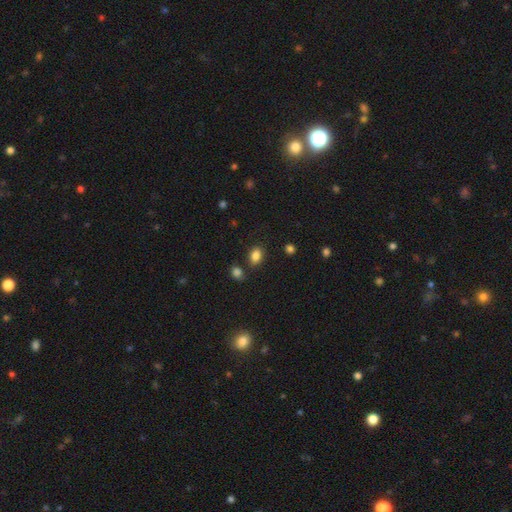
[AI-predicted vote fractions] smooth_or_featured: smooth (p=0.84) [alt: star or artifact p=0.11]
how_rounded: in between (p=0.79) [alt: round p=0.20]
merging: none (p=0.77) [alt: minor disturbance p=0.12]